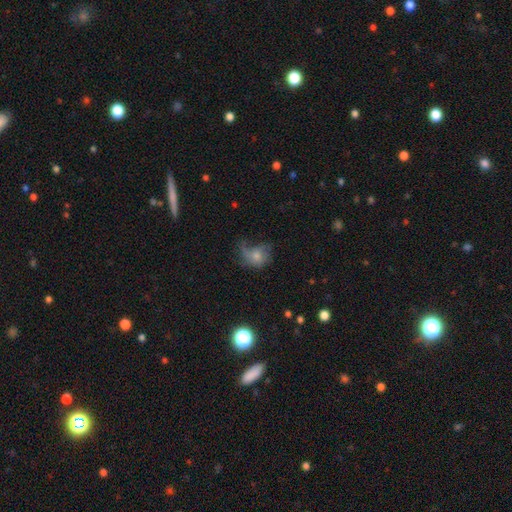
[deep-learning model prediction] Smooth or featured?
  - smooth: 58% *
  - featured or disk: 30%
  - star or artifact: 11%
How rounded?
  - round: 55% *
  - in between: 43%
  - cigar-shaped: 1%
Merging?
  - major disturbance: 41% *
  - none: 30%
  - minor disturbance: 25%
  - merger: 3%